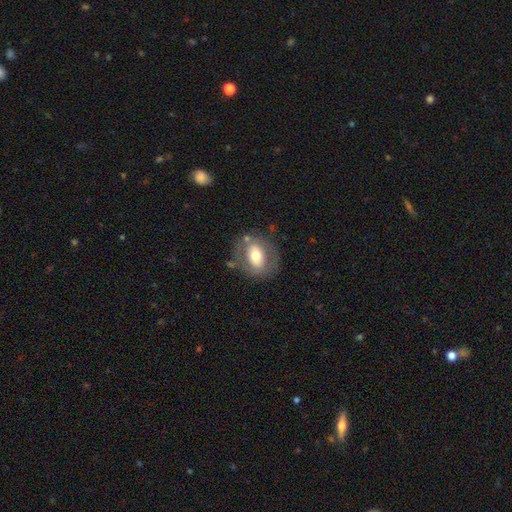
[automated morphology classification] The model was most divided on "smooth or featured": smooth: 54%, featured or disk: 38%, star or artifact: 7%. More confident: merging — none (72%); how rounded — in between (57%).